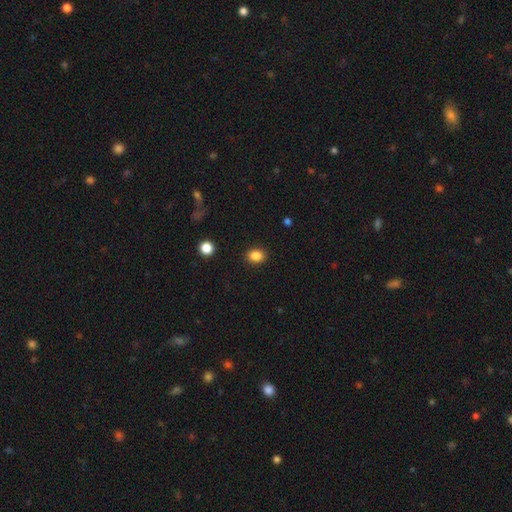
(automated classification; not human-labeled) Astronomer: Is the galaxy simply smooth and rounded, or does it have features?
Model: smooth — 86%.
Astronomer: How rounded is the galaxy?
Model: round — 52% (runner-up: in between, 47%).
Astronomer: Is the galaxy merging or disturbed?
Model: none — 90%.